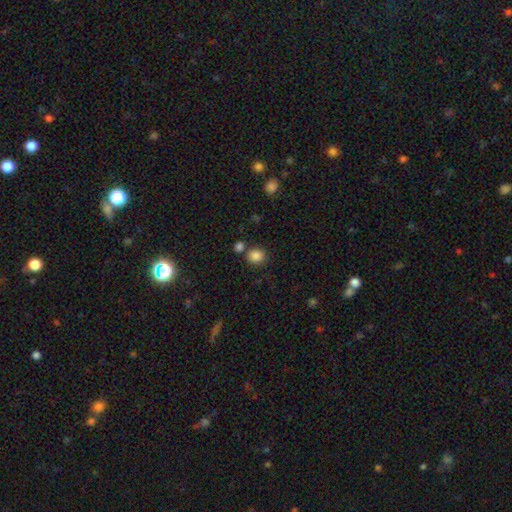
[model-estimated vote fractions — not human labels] The model was most divided on "how rounded": round: 78%, in between: 21%, cigar-shaped: 1%. More confident: smooth or featured — smooth (85%); merging — none (72%).